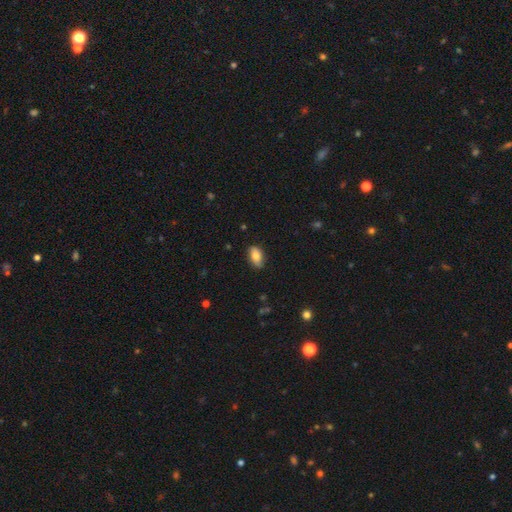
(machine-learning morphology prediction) Overall: smooth (78%). How rounded: in between (91%). Merging: none (79%).